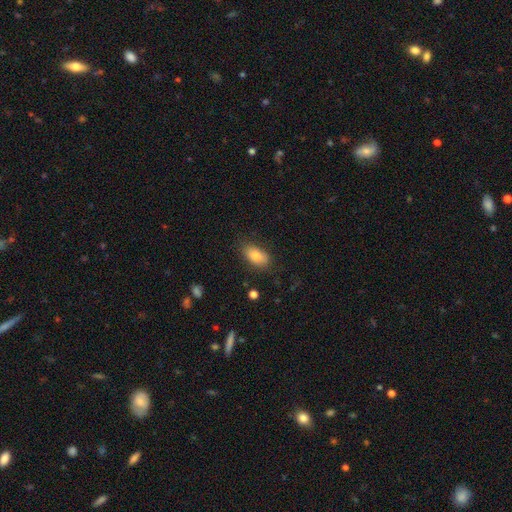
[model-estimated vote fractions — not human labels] Morphology: type=smooth (80%); roundness=in between (91%); merging=none (78%).